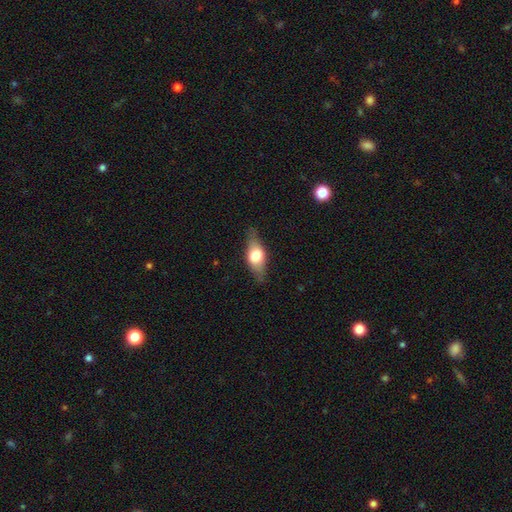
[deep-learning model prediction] This is possibly a smooth galaxy (52%). How rounded: likely in between (71%). Merging: likely none (77%).